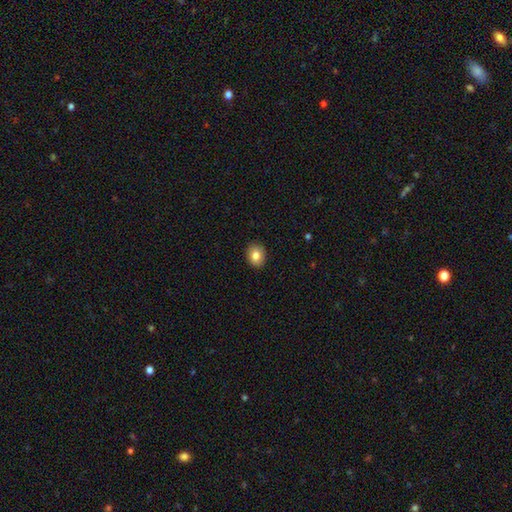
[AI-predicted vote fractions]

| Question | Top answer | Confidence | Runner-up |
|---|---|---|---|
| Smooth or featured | smooth | 83% | star or artifact (9%) |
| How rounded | round | 54% | in between (45%) |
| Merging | none | 90% | minor disturbance (7%) |